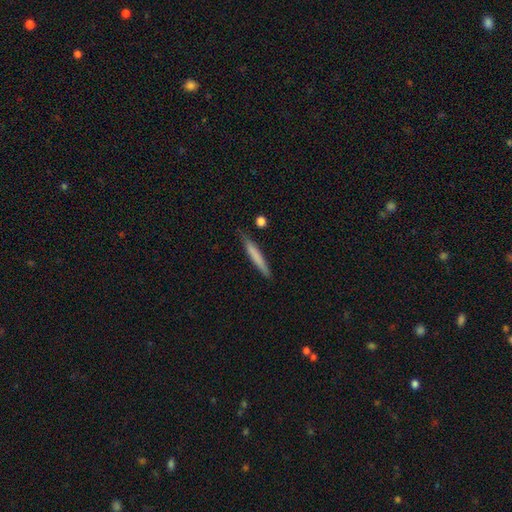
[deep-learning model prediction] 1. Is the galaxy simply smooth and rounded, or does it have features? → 69% smooth, 25% featured or disk, 6% star or artifact.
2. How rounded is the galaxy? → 95% cigar-shaped, 4% in between, 1% round.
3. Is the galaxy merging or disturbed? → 82% none, 13% minor disturbance, 2% major disturbance, 2% merger.